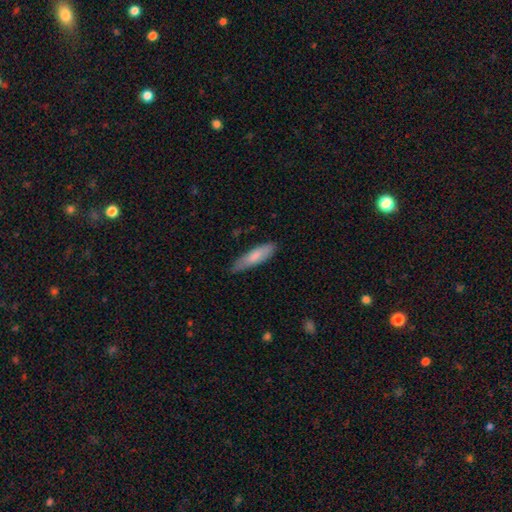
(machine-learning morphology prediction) smooth 78%, featured or disk 16%, star or artifact 5%. Down the decision tree: how rounded — cigar-shaped (67%); merging — none (75%).